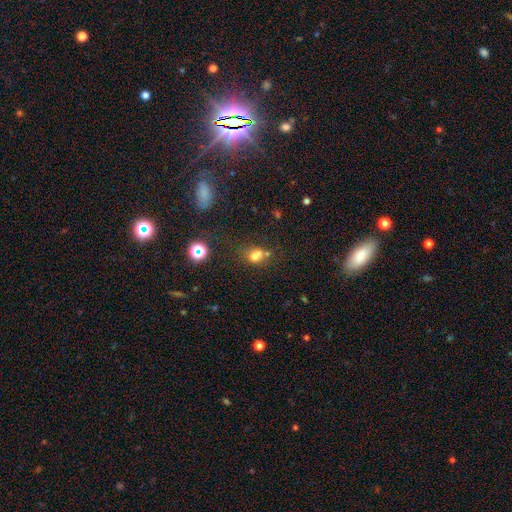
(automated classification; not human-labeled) Smooth or featured: smooth — 65% (star or artifact — 21%)
How rounded: round — 51% (in between — 48%)
Merging: none — 44% (merger — 32%)